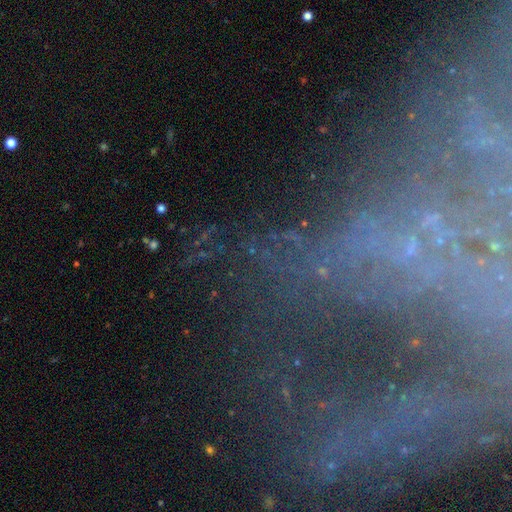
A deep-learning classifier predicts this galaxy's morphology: Smooth or featured? Predicted: featured or disk (p=0.52). Edge-on disk? Predicted: no (p=0.85). Merging? Predicted: none (p=0.60).